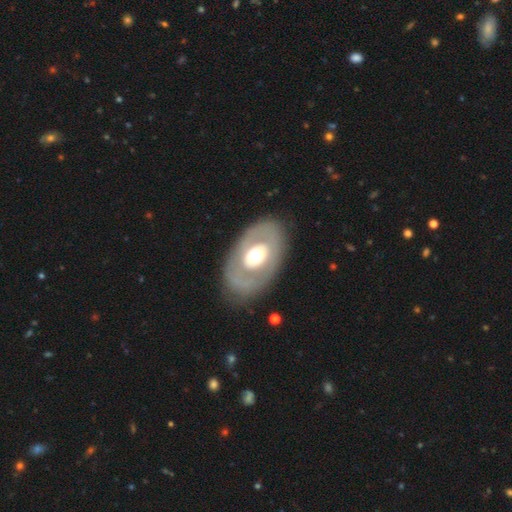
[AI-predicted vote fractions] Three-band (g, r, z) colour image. It shows a featured or disk galaxy (62%) with no bar (80%), no spiral arms (81%) and a moderate central bulge (59%). Merging: none (81%).